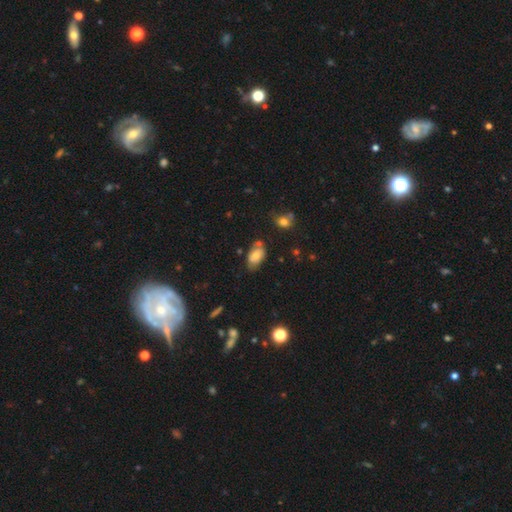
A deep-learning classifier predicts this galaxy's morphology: Smooth or featured? smooth (68%)
How rounded? in between (91%)
Merging? none (59%)